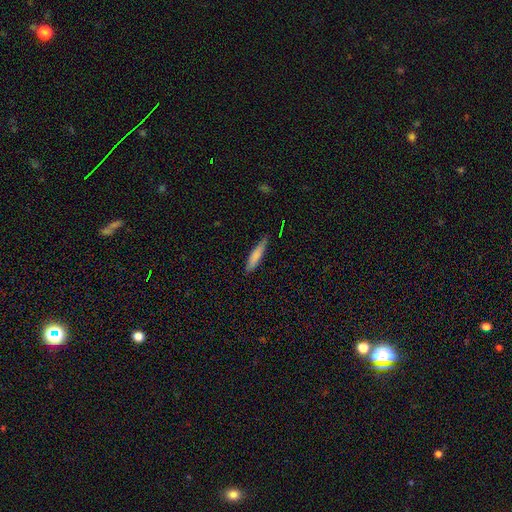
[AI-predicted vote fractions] A smooth galaxy with no disk features (79%) that is cigar-shaped (84%). Merging: none (75%).